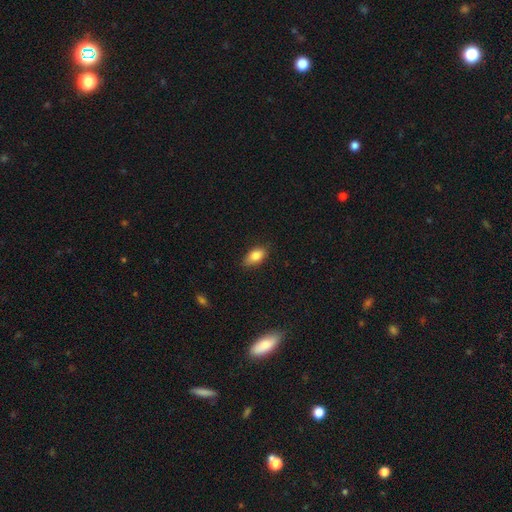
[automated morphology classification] This appears to be a smooth galaxy with no disk features (83%) that is in between round and cigar-shaped (88%). Merging: none (78%).